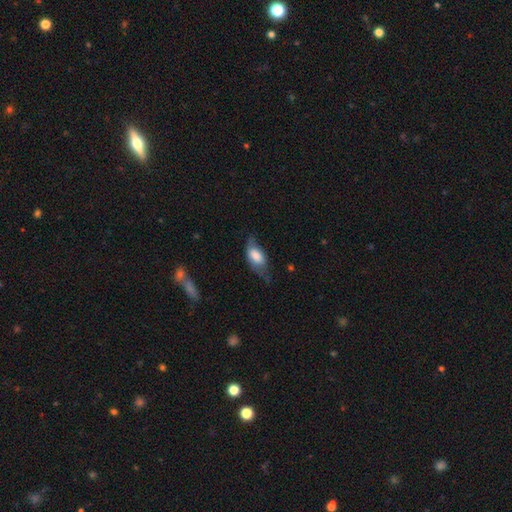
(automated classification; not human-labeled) Q: Smooth or featured?
A: smooth (69%); runner-up: featured or disk (24%)
Q: How rounded?
A: in between (89%); runner-up: cigar-shaped (6%)
Q: Merging?
A: none (36%); tied with: minor disturbance (36%)